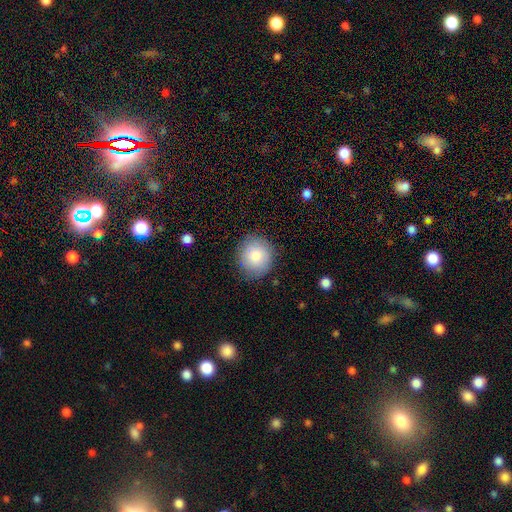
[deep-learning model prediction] Smooth or featured? Predicted: smooth (p=0.83). How rounded? Predicted: round (p=0.88). Merging? Predicted: none (p=0.86).